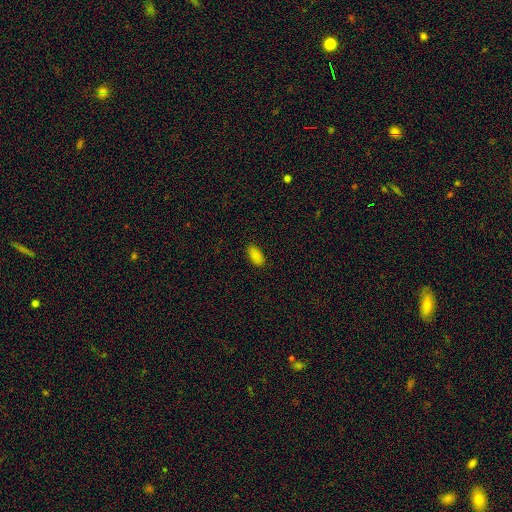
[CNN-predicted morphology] Q: Smooth or featured?
A: smooth (86%); runner-up: star or artifact (10%)
Q: How rounded?
A: in between (93%); runner-up: cigar-shaped (4%)
Q: Merging?
A: none (88%); runner-up: minor disturbance (9%)